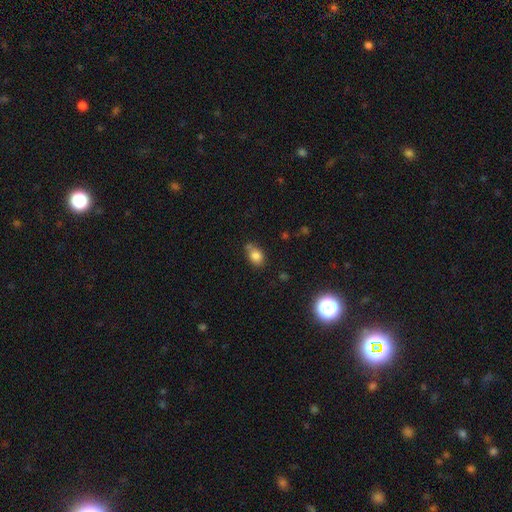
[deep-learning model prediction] Q: Smooth or featured?
A: smooth (81%); runner-up: star or artifact (11%)
Q: How rounded?
A: in between (63%); runner-up: round (35%)
Q: Merging?
A: none (59%); runner-up: minor disturbance (21%)